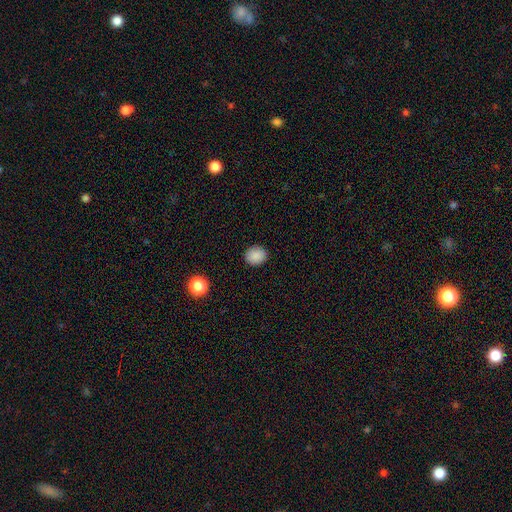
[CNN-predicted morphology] smooth 88%, star or artifact 9%, featured or disk 3%. Down the decision tree: how rounded — round (71%); merging — none (90%).